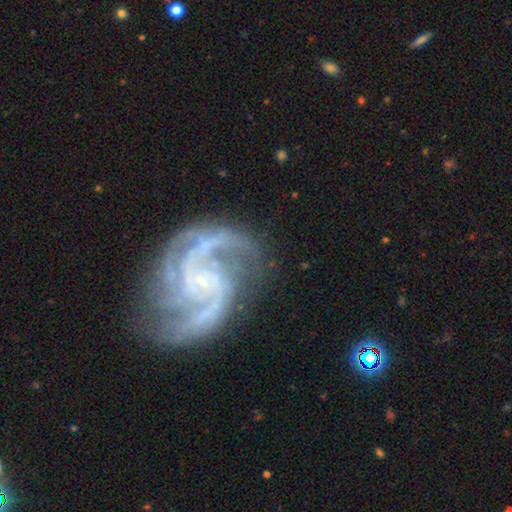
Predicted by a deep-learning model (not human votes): A featured or disk galaxy (92%) with no bar (60%), 2 (38%) medium (57%) spiral arms (99%) and a small central bulge (85%).

Vote fractions:
- Smooth or featured? featured or disk: 92% / star or artifact: 5% / smooth: 3%
- Edge-on disk? no: 98% / yes: 2%
- Bar? no: 60% / weak: 30% / strong: 11%
- Spiral arms? yes: 99% / no: 1%
- Spiral winding? medium: 57% / tight: 27% / loose: 16%
- Spiral arm count? 2: 38% / 3: 29% / 4: 10% / can't tell: 9% / more than 4: 7% / 1: 7%
- Bulge size? small: 85% / moderate: 6% / none: 6% / large: 1% / dominant: 1%
- Merging? none: 67% / minor disturbance: 18% / major disturbance: 12% / merger: 3%